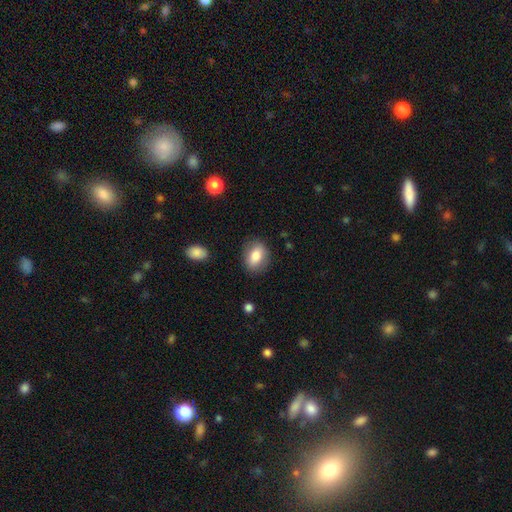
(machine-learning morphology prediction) smooth-or-featured: smooth: 81% | featured or disk: 11% | star or artifact: 7%
  how-rounded: in between: 73% | round: 25% | cigar-shaped: 2%
  merging: none: 83% | minor disturbance: 12% | major disturbance: 4% | merger: 1%